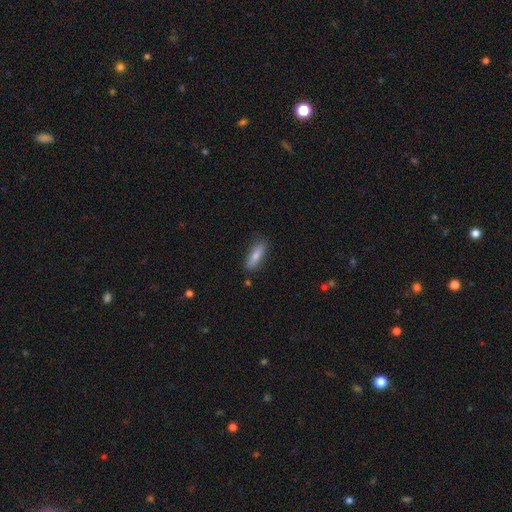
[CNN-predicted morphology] smooth-or-featured: smooth: 78% | featured or disk: 15% | star or artifact: 7%
  how-rounded: cigar-shaped: 52% | in between: 46% | round: 2%
  merging: none: 82% | minor disturbance: 14% | major disturbance: 3% | merger: 2%